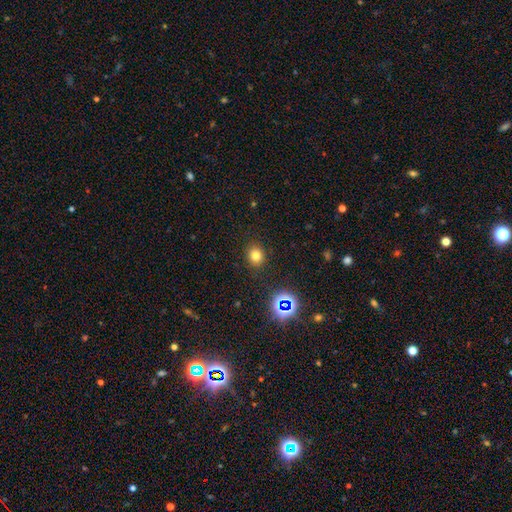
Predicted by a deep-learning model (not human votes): This is likely a smooth galaxy (75%). How rounded: likely round (71%). Merging: clearly none (88%).